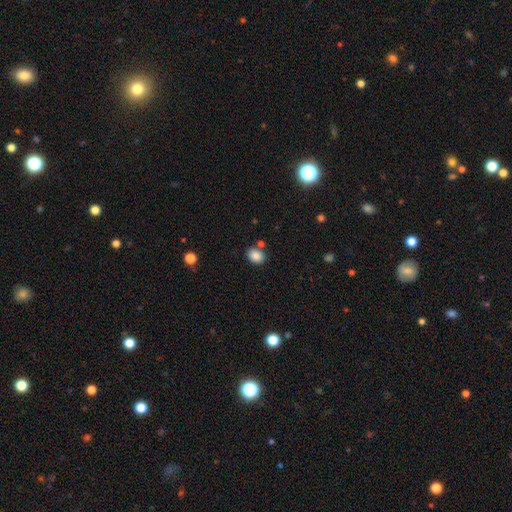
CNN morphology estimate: A smooth galaxy with no disk features (85%) that is in between round and cigar-shaped (63%). Merging: none (77%).